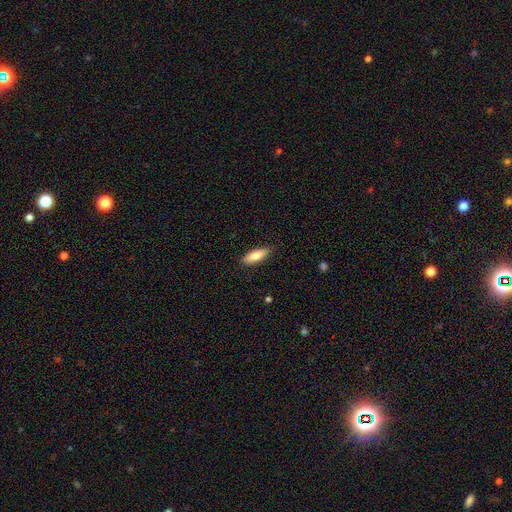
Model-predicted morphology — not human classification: A smooth galaxy with no disk features (80%) that is in between round and cigar-shaped (68%).

Vote fractions:
- Smooth or featured? smooth: 80% / featured or disk: 14% / star or artifact: 6%
- How rounded? in between: 68% / cigar-shaped: 30% / round: 2%
- Merging? none: 87% / minor disturbance: 10% / major disturbance: 2% / merger: 1%